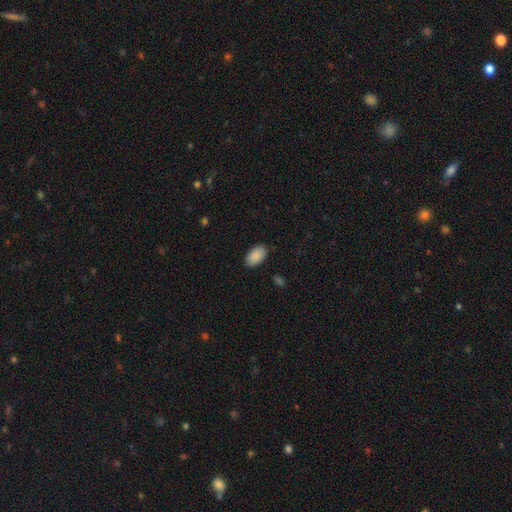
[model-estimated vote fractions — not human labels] smooth_or_featured: smooth (p=0.90) [alt: star or artifact p=0.06]
how_rounded: in between (p=0.95) [alt: round p=0.04]
merging: none (p=0.88) [alt: minor disturbance p=0.09]